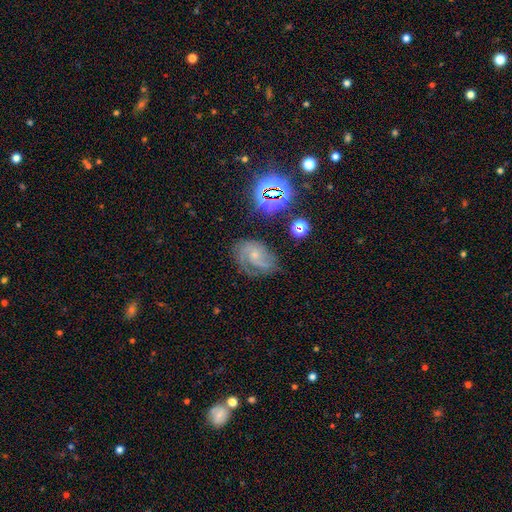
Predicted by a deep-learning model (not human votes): The model was most divided on "spiral winding": medium: 48%, tight: 37%, loose: 15%. Remaining: edge-on disk — no (97%); spiral arms — yes (95%); smooth or featured — featured or disk (76%); bulge size — small (70%); bar — no (65%); merging — none (64%); spiral arm count — 2 (45%).